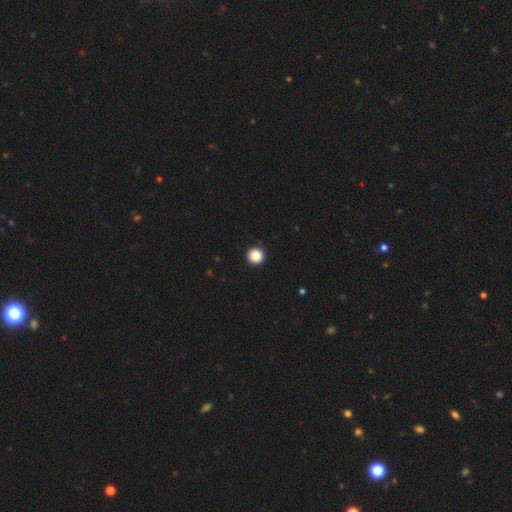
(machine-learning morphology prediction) smooth 88%, star or artifact 10%, featured or disk 2%. Down the decision tree: how rounded — round (96%); merging — none (94%).